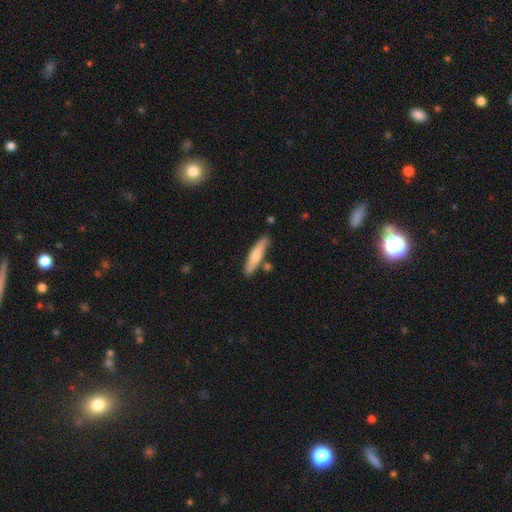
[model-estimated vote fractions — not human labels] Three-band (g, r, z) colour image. It shows a smooth galaxy with no disk features (64%) that is cigar-shaped (82%). Merging: none (79%).